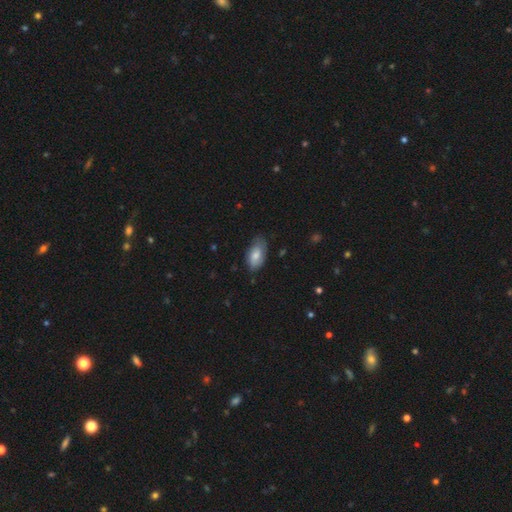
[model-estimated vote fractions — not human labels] This is likely a smooth galaxy (70%). How rounded: clearly in between (93%). Merging: likely none (68%).